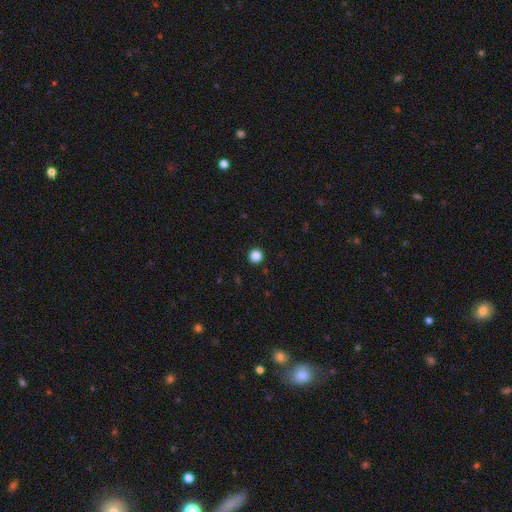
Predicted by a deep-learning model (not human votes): Smooth or featured: smooth — 85% (star or artifact — 12%)
How rounded: round — 96% (in between — 3%)
Merging: none — 94% (minor disturbance — 4%)